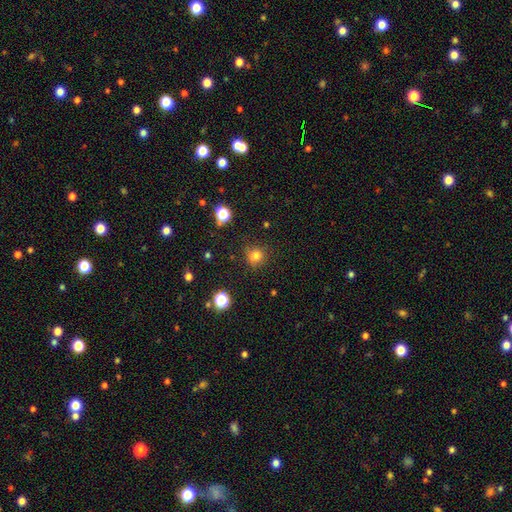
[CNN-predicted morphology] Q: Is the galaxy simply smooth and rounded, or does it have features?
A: smooth — 78%.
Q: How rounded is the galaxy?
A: round — 91%.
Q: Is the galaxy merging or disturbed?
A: none — 83%.